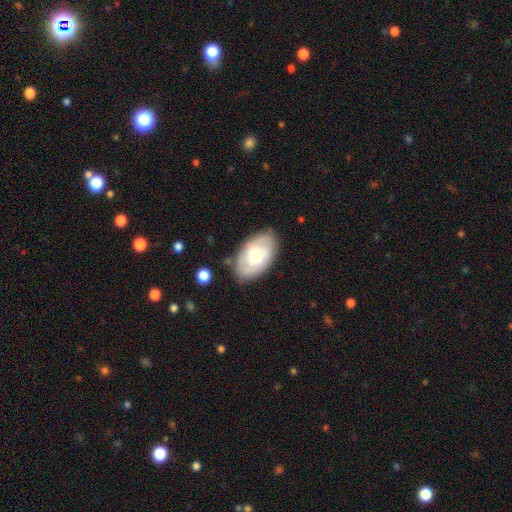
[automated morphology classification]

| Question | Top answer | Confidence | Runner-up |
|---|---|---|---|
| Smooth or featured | featured or disk | 50% | smooth (43%) |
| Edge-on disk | no | 94% | yes (6%) |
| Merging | none | 72% | minor disturbance (19%) |